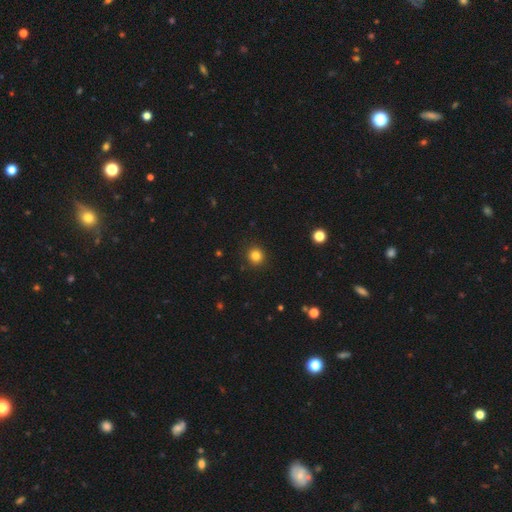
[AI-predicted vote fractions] This appears to be a smooth galaxy with no disk features (83%) that is round (93%). Merging: none (92%).